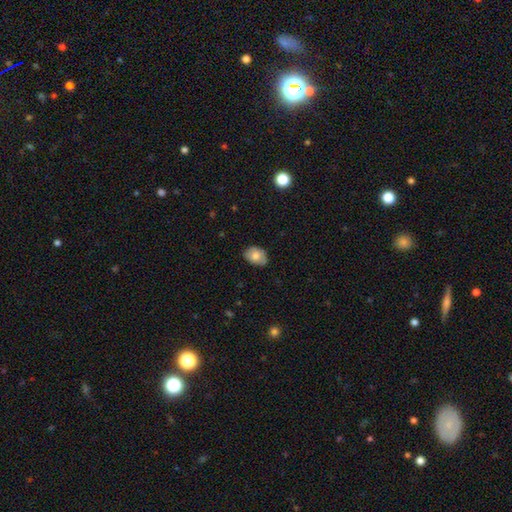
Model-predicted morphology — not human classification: A smooth galaxy with no disk features (75%) that is in between round and cigar-shaped (76%). Merging: none (74%).